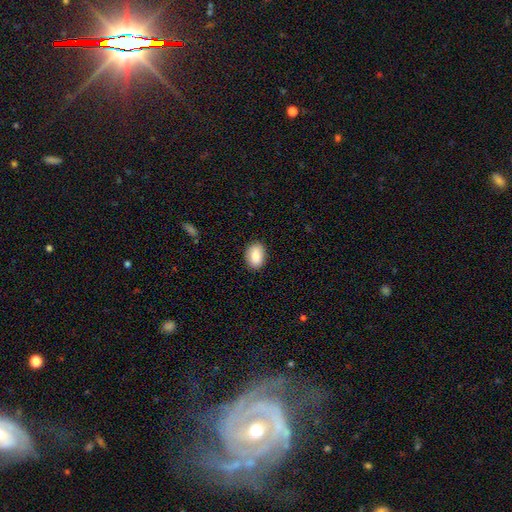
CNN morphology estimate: The model was most divided on "how rounded": in between: 82%, round: 17%, cigar-shaped: 1%. More confident: merging — none (88%); smooth or featured — smooth (85%).